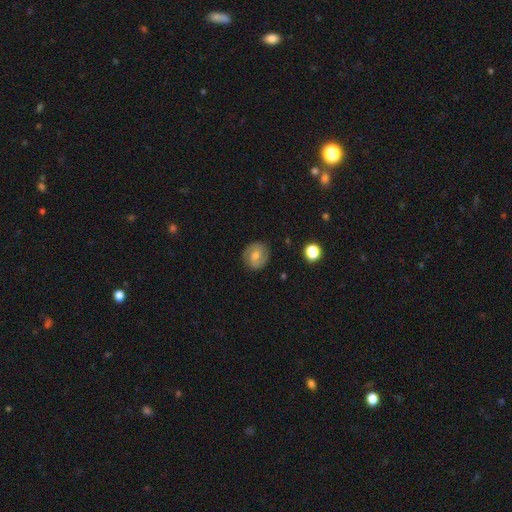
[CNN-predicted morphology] The model was most divided on "bar": weak: 47%, no: 38%, strong: 15%. More confident: edge-on disk — no (97%); spiral arms — yes (86%); merging — none (84%); bulge size — moderate (58%); smooth or featured — featured or disk (55%).